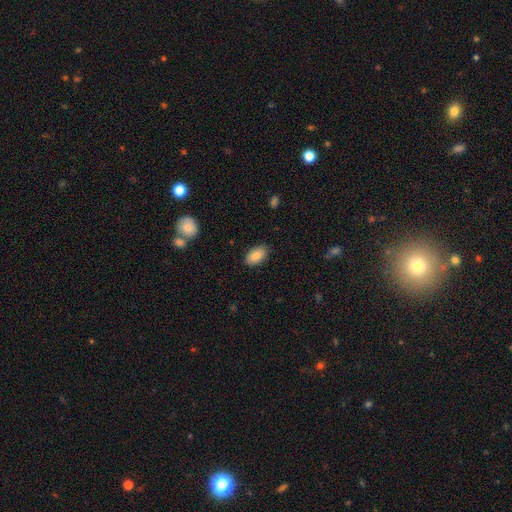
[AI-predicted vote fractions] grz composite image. It shows a smooth galaxy with no disk features (85%) that is in between round and cigar-shaped (94%). Merging: none (86%).